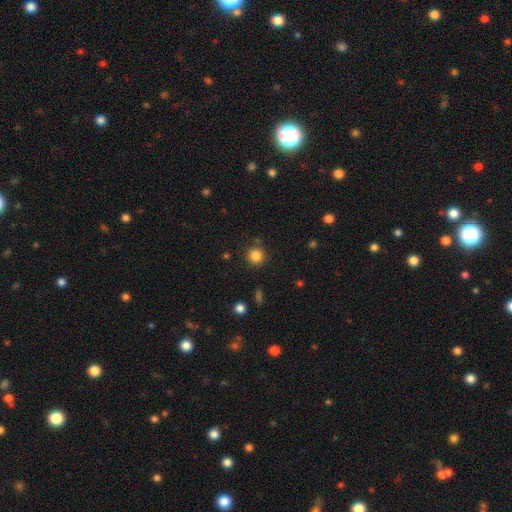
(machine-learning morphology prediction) Overall: smooth (84%). How rounded: round (94%). Merging: none (87%).